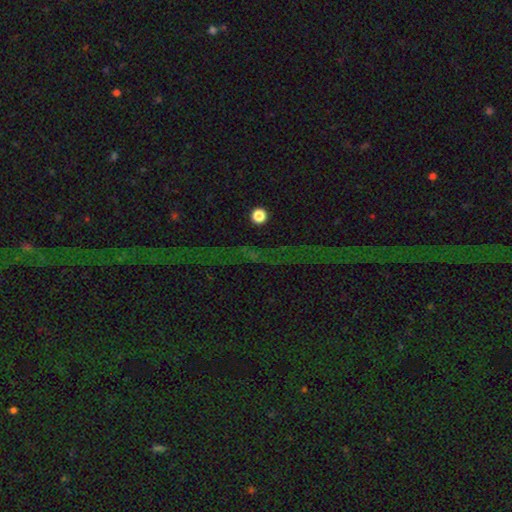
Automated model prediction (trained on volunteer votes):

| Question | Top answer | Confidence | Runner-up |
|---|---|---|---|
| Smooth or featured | star or artifact | 81% | featured or disk (11%) |